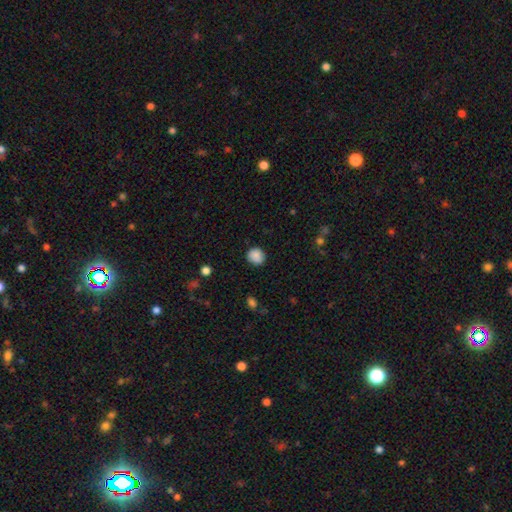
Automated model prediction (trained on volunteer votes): A smooth galaxy with no disk features (87%) that is round (85%).

Vote fractions:
- Smooth or featured? smooth: 87% / star or artifact: 8% / featured or disk: 4%
- How rounded? round: 85% / in between: 15% / cigar-shaped: 1%
- Merging? none: 85% / minor disturbance: 11% / major disturbance: 3% / merger: 1%